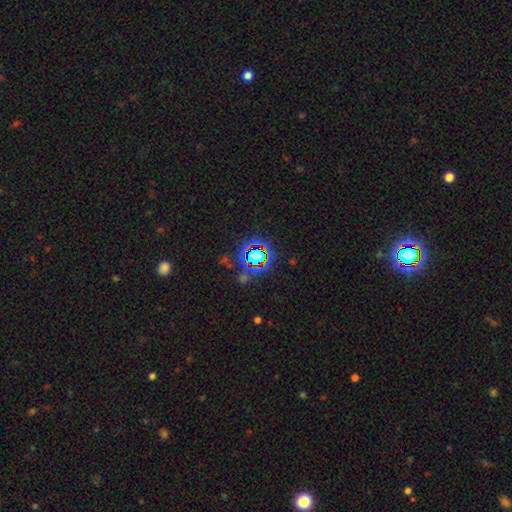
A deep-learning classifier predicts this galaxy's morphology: star or artifact 66%, smooth 22%, featured or disk 12%.